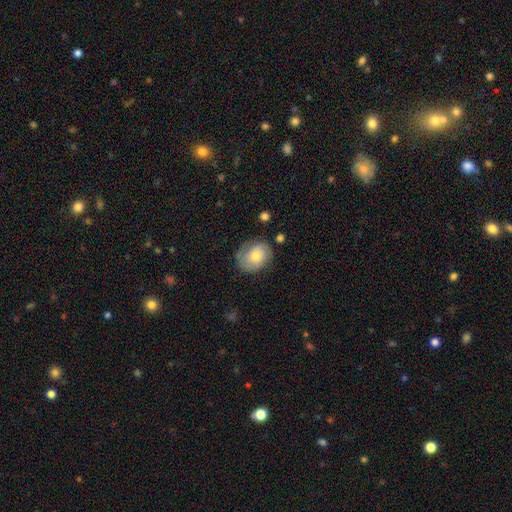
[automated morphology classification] Overall: smooth (68%). How rounded: in between (53%; round 46%). Merging: none (66%).